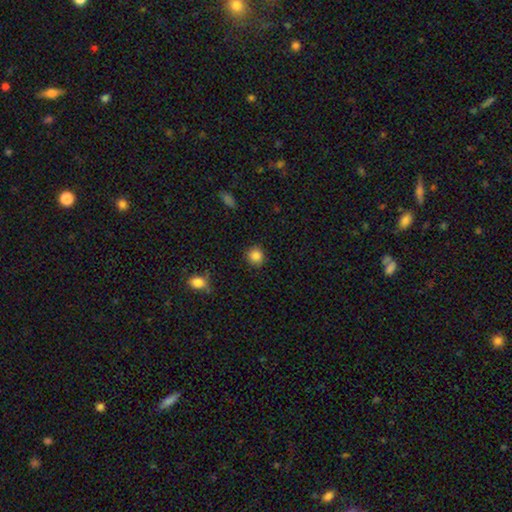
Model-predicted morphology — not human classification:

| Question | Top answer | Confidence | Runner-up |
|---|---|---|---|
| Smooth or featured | smooth | 86% | star or artifact (11%) |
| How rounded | round | 91% | in between (8%) |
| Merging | none | 89% | minor disturbance (8%) |